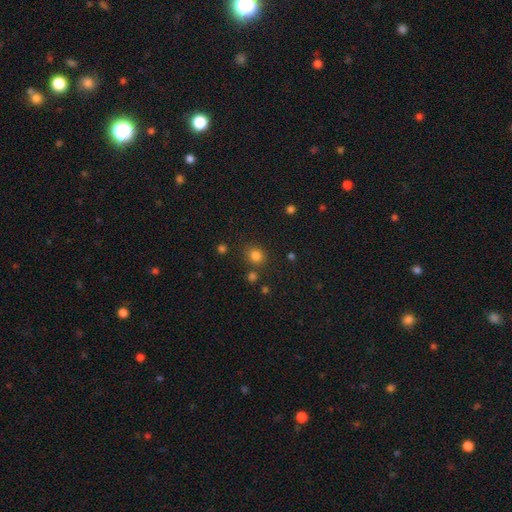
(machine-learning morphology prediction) Q: Smooth or featured?
A: smooth (81%); runner-up: star or artifact (14%)
Q: How rounded?
A: round (77%); runner-up: in between (23%)
Q: Merging?
A: none (79%); runner-up: minor disturbance (10%)